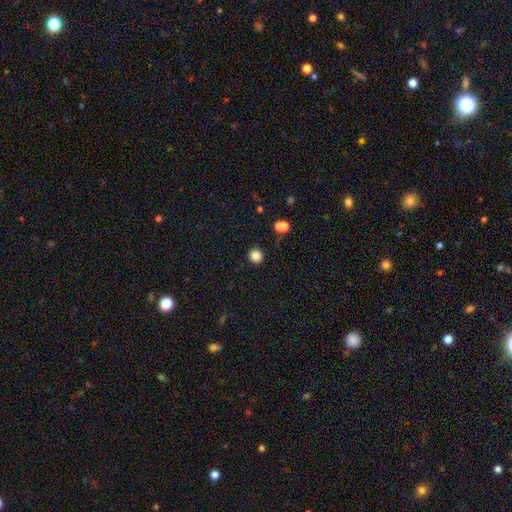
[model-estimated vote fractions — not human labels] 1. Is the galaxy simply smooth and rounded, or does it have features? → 84% smooth, 12% star or artifact, 4% featured or disk.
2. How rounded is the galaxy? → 93% round, 6% in between, 1% cigar-shaped.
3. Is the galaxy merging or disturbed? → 91% none, 5% minor disturbance, 2% merger, 2% major disturbance.